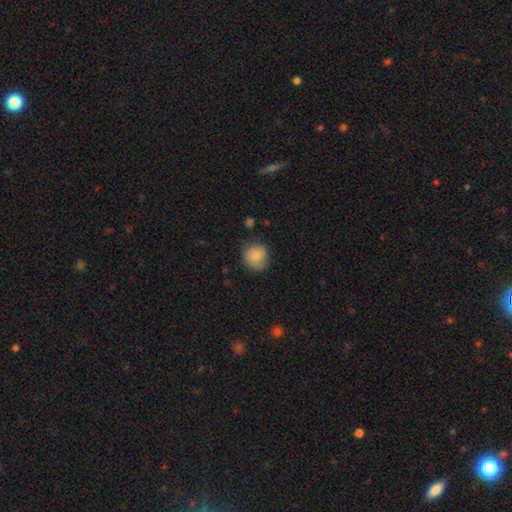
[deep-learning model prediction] A smooth galaxy with no disk features (82%) that is round (89%). Merging: none (74%).